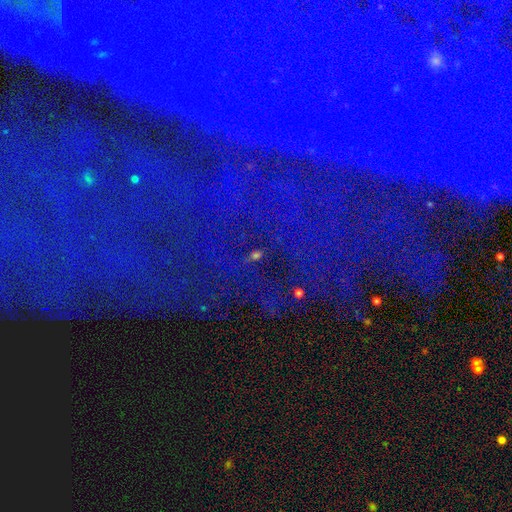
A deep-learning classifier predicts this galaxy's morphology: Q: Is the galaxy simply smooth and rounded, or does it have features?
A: star or artifact — 68%.